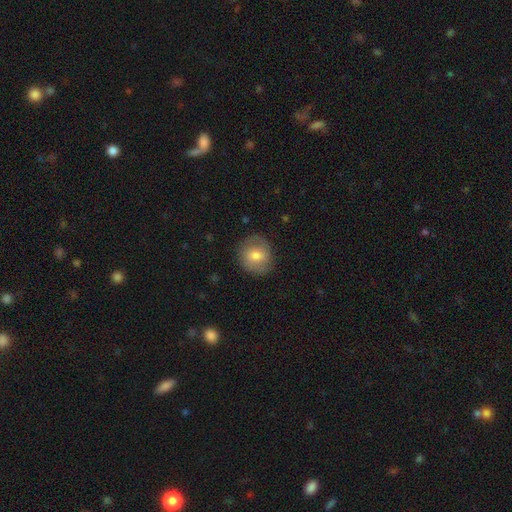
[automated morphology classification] This is likely a smooth galaxy (65%). How rounded: clearly round (81%). Merging: clearly none (82%).